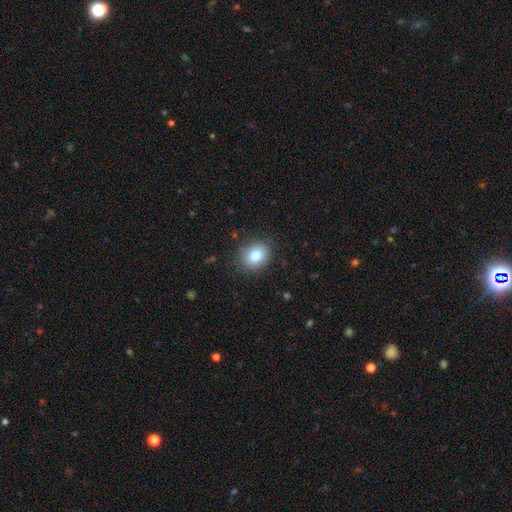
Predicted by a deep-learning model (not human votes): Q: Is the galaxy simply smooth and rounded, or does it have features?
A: smooth — 83%.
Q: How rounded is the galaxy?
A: in between — 50%.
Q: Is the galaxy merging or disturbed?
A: none — 85%.